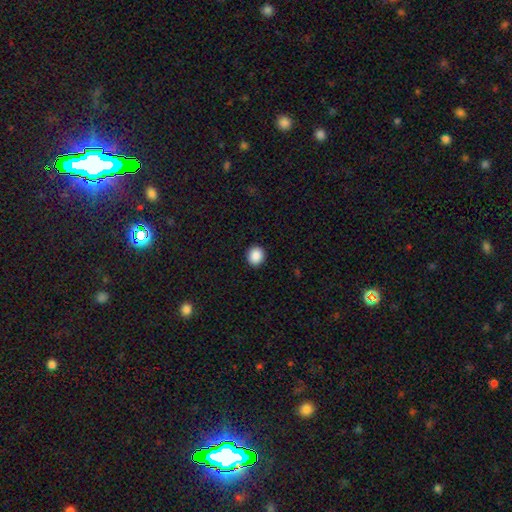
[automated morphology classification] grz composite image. It shows a smooth galaxy with no disk features (89%) that is round (83%). Merging: none (92%).